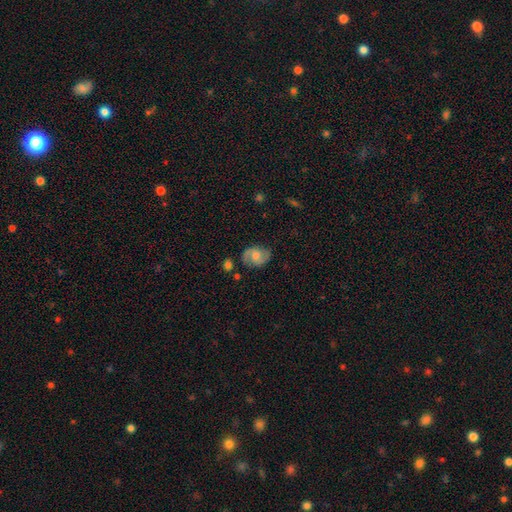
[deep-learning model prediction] Smooth or featured: featured or disk — 63% (smooth — 29%)
Edge-on disk: no — 97% (yes — 3%)
Bar: no — 57% (weak — 37%)
Spiral arms: yes — 90% (no — 10%)
Spiral winding: medium — 50% (loose — 26%)
Spiral arm count: 2 — 89% (can't tell — 6%)
Bulge size: moderate — 58% (small — 23%)
Merging: none — 76% (minor disturbance — 16%)